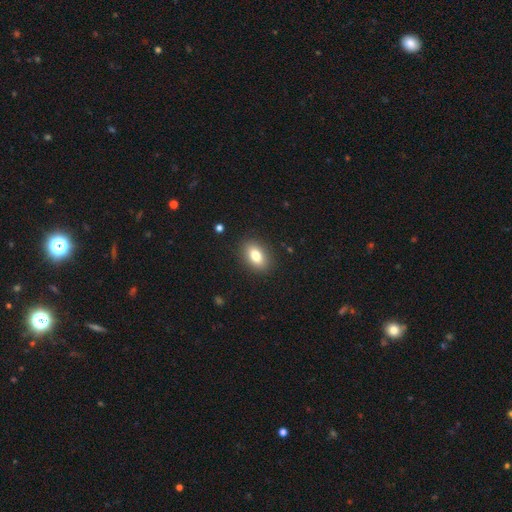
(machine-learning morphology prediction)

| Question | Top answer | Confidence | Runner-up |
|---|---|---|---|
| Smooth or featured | smooth | 80% | featured or disk (11%) |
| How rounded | in between | 84% | round (13%) |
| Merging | none | 89% | minor disturbance (8%) |